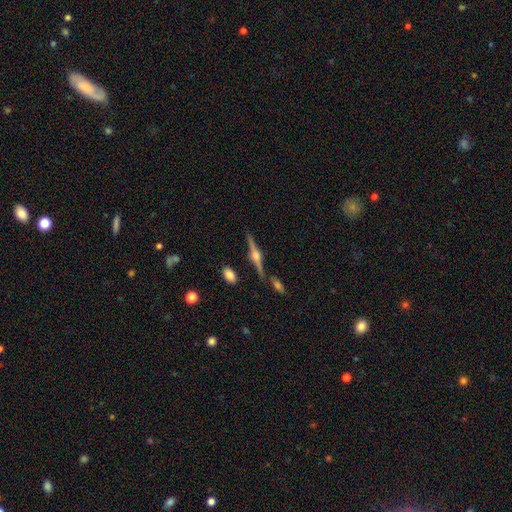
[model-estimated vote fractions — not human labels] Morphology: type=featured or disk (83%); edge-on=yes (98%); edge-on bulge=rounded (92%); merging=none (84%).